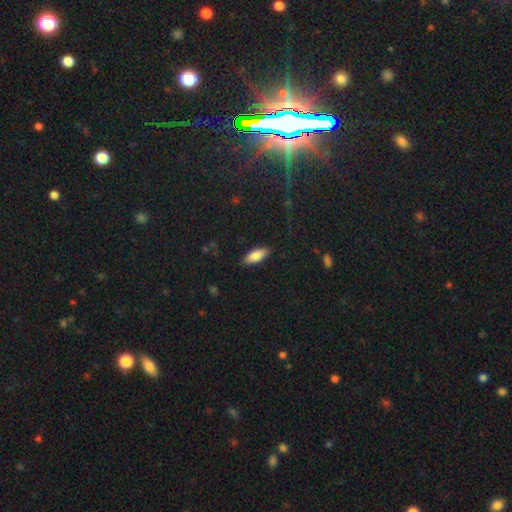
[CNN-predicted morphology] A smooth galaxy with no disk features (83%) that is in between round and cigar-shaped (76%).

Vote fractions:
- Smooth or featured? smooth: 83% / featured or disk: 11% / star or artifact: 6%
- How rounded? in between: 76% / cigar-shaped: 22% / round: 2%
- Merging? none: 87% / minor disturbance: 10% / major disturbance: 2% / merger: 1%